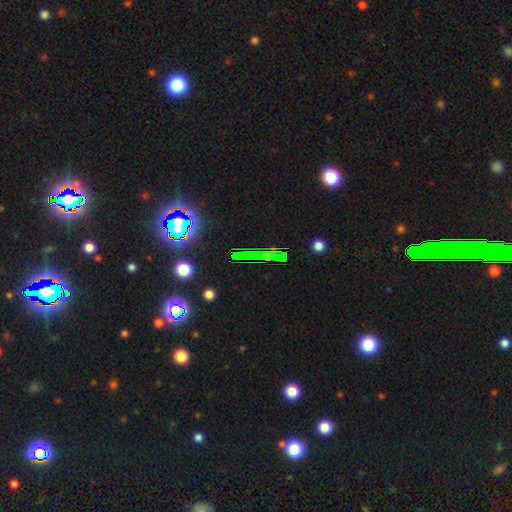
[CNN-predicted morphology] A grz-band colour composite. It shows a star or artifact, not a galaxy (59%).